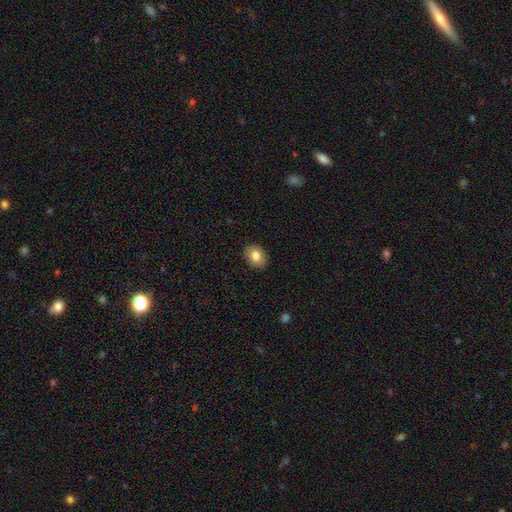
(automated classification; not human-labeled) Q: Smooth or featured?
A: smooth (81%); runner-up: featured or disk (11%)
Q: How rounded?
A: in between (62%); runner-up: round (37%)
Q: Merging?
A: none (89%); runner-up: minor disturbance (8%)